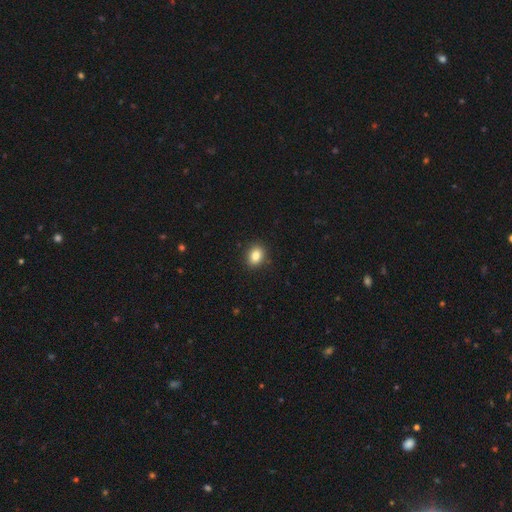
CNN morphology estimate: Smooth or featured?
  - smooth: 84% *
  - star or artifact: 10%
  - featured or disk: 6%
How rounded?
  - in between: 57% *
  - round: 42%
  - cigar-shaped: 1%
Merging?
  - none: 89% *
  - minor disturbance: 8%
  - major disturbance: 2%
  - merger: 1%